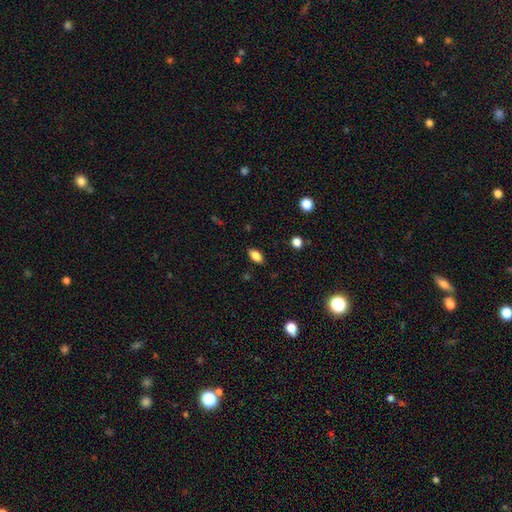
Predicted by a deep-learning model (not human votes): Smooth or featured? Predicted: smooth (p=0.85). How rounded? Predicted: in between (p=0.90). Merging? Predicted: none (p=0.87).